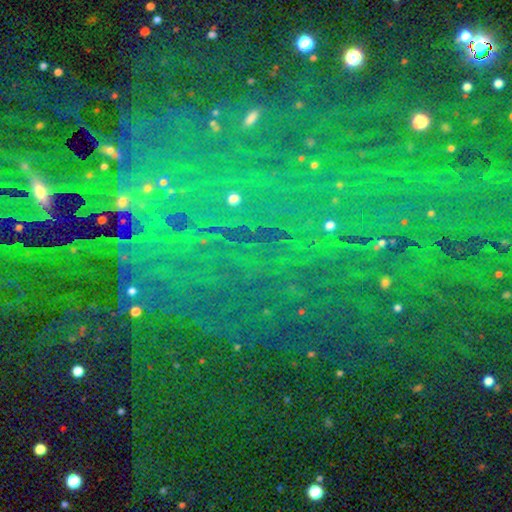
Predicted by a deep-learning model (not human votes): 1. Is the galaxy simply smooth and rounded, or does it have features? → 79% star or artifact, 10% smooth, 10% featured or disk.